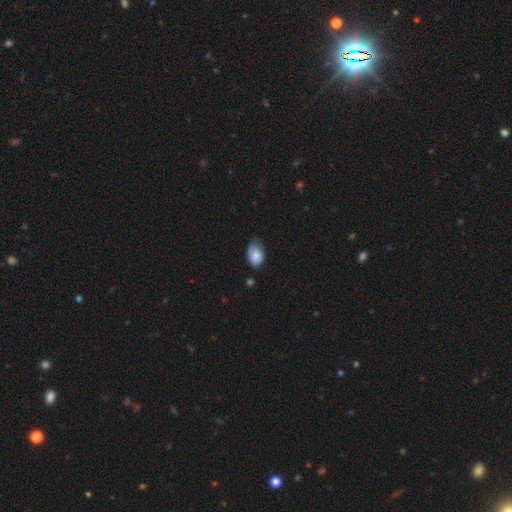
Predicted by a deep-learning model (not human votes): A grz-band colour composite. It shows a smooth galaxy with no disk features (83%) that is in between round and cigar-shaped (84%). Merging: none (49%).